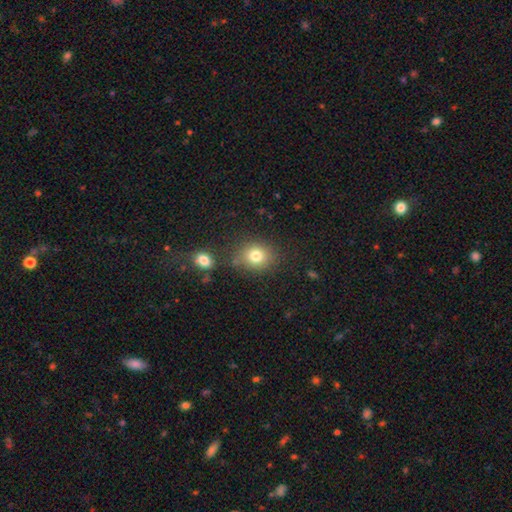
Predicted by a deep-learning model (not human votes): This is likely a smooth galaxy (79%). How rounded: likely round (70%). Merging: likely none (76%).